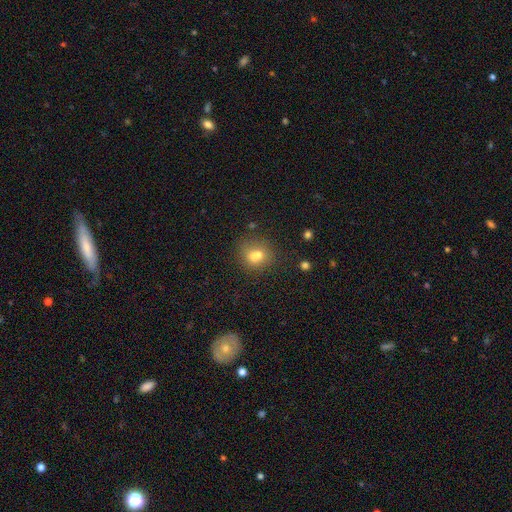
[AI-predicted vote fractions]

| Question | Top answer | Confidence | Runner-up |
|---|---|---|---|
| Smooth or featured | smooth | 70% | featured or disk (18%) |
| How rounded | round | 71% | in between (28%) |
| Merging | merger | 43% | none (42%) |